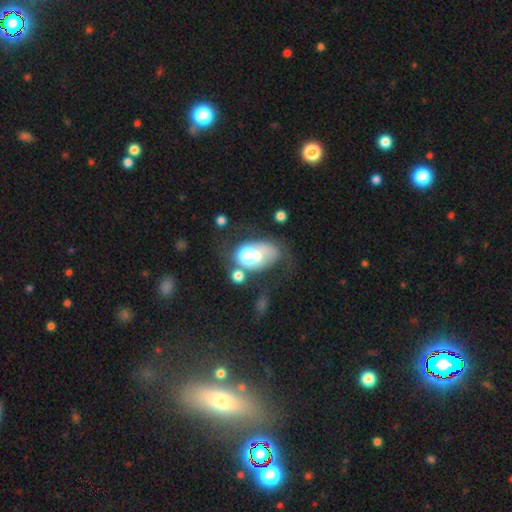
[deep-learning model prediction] A smooth galaxy with no disk features (48%). Merging: merger (38%).